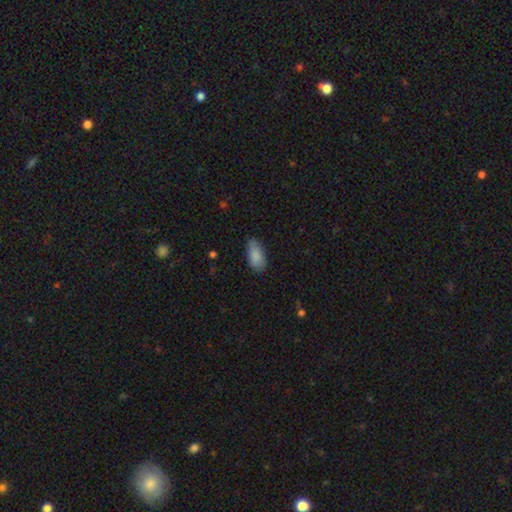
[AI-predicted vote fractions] The model was most divided on "merging": none: 78%, minor disturbance: 18%, major disturbance: 3%, merger: 1%. More confident: how rounded — in between (90%); smooth or featured — smooth (87%).